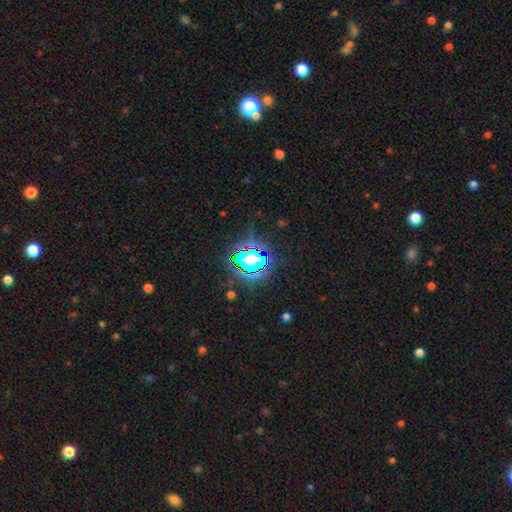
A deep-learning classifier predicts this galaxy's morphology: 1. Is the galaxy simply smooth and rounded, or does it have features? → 66% star or artifact, 21% smooth, 13% featured or disk.